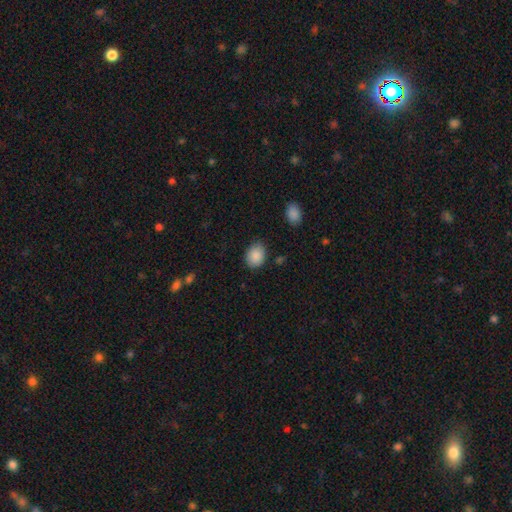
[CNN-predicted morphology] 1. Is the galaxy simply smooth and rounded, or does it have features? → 88% smooth, 8% star or artifact, 4% featured or disk.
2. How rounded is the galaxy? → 59% in between, 40% round, 1% cigar-shaped.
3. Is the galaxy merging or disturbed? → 79% none, 16% minor disturbance, 3% major disturbance, 2% merger.